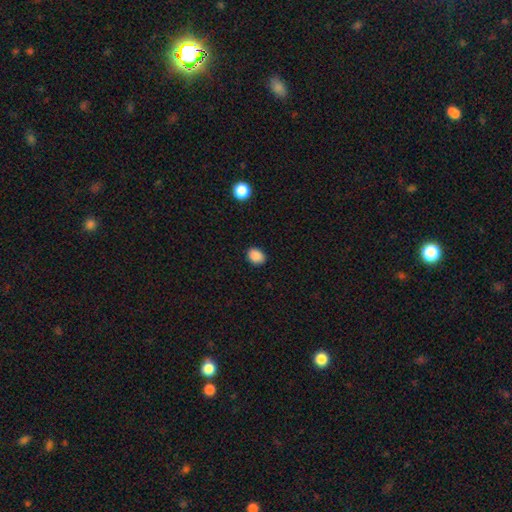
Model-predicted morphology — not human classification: The model was most divided on "how rounded": in between: 63%, round: 36%, cigar-shaped: 1%. More confident: smooth or featured — smooth (88%); merging — none (88%).